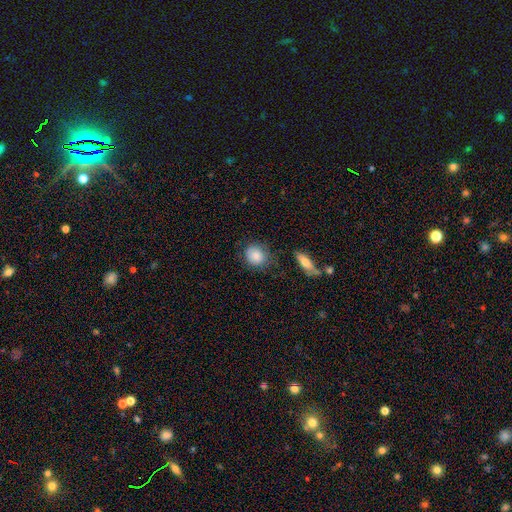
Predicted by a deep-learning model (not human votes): This appears to be a smooth galaxy with no disk features (84%) that is round (75%). Merging: none (68%).